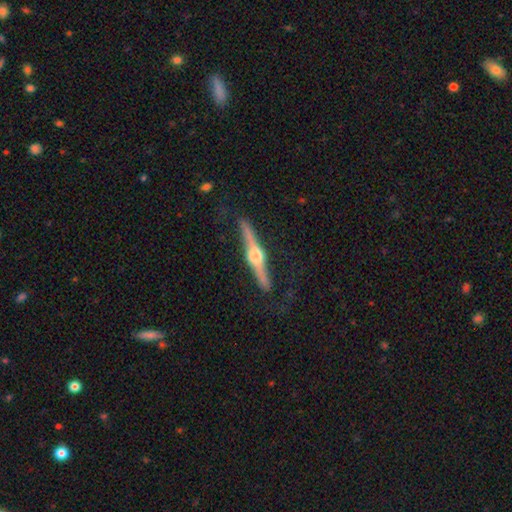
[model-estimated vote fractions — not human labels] Smooth or featured? Predicted: featured or disk (p=0.84). Edge-on disk? Predicted: yes (p=0.97). Edge-on bulge? Predicted: rounded (p=0.93). Merging? Predicted: none (p=0.87).